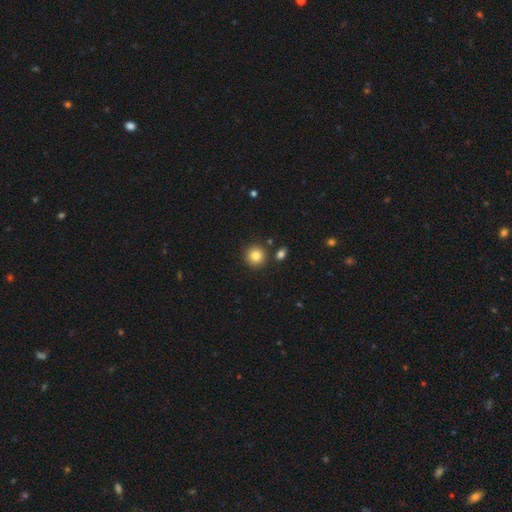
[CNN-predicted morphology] smooth_or_featured: smooth (p=0.84) [alt: star or artifact p=0.10]
how_rounded: round (p=0.93) [alt: in between p=0.06]
merging: none (p=0.87) [alt: minor disturbance p=0.06]